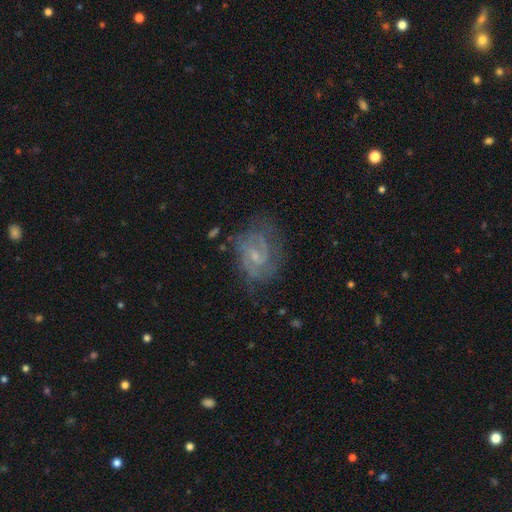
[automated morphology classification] smooth_or_featured: featured or disk (p=0.80) [alt: smooth p=0.12]
disk_edge_on: no (p=0.97) [alt: yes p=0.03]
bar: weak (p=0.52) [alt: no p=0.39]
has_spiral_arms: yes (p=0.91) [alt: no p=0.09]
spiral_winding: medium (p=0.45) [alt: tight p=0.42]
spiral_arm_count: 2 (p=0.55) [alt: can't tell p=0.24]
bulge_size: small (p=0.62) [alt: moderate p=0.25]
merging: none (p=0.65) [alt: minor disturbance p=0.21]